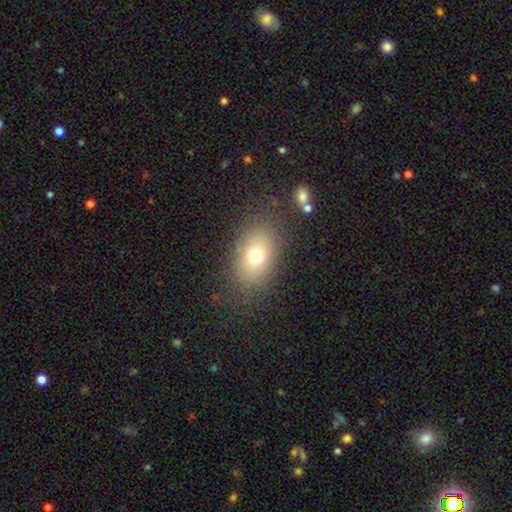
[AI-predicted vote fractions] A smooth galaxy with no disk features (72%) that is in between round and cigar-shaped (81%). Merging: none (81%).